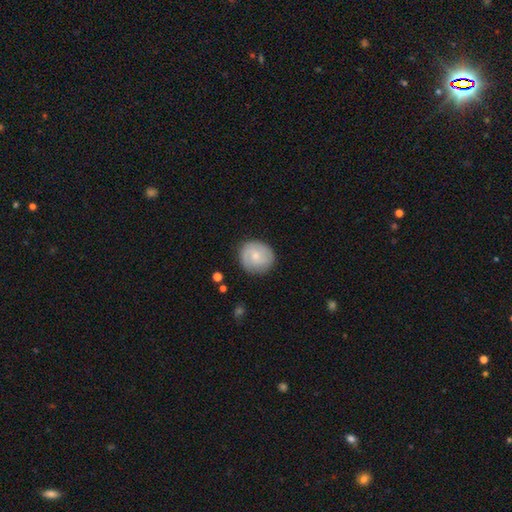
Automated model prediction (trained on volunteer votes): A smooth galaxy with no disk features (54%) that is round (88%).

Vote fractions:
- Smooth or featured? smooth: 54% / featured or disk: 39% / star or artifact: 6%
- How rounded? round: 88% / in between: 11% / cigar-shaped: 1%
- Merging? none: 83% / minor disturbance: 13% / major disturbance: 3% / merger: 1%